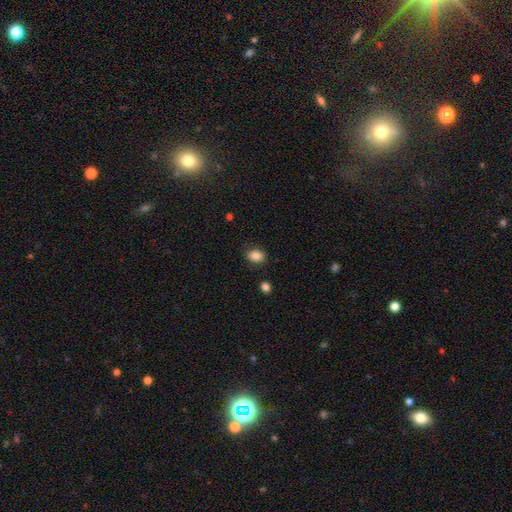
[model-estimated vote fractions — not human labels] Smooth or featured? Predicted: smooth (p=0.86). How rounded? Predicted: in between (p=0.64). Merging? Predicted: none (p=0.86).